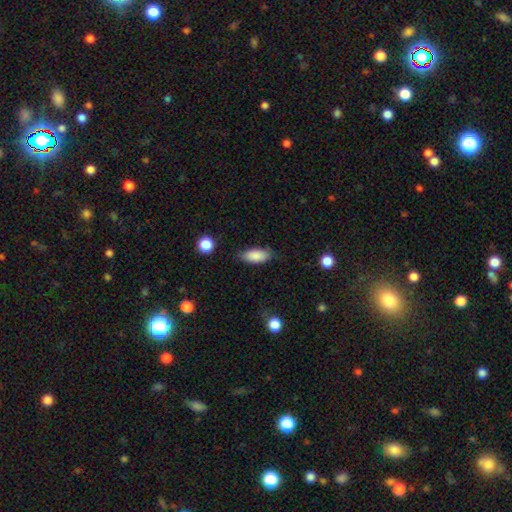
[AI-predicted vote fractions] This is clearly a smooth galaxy (87%). How rounded: clearly in between (85%). Merging: likely none (76%).